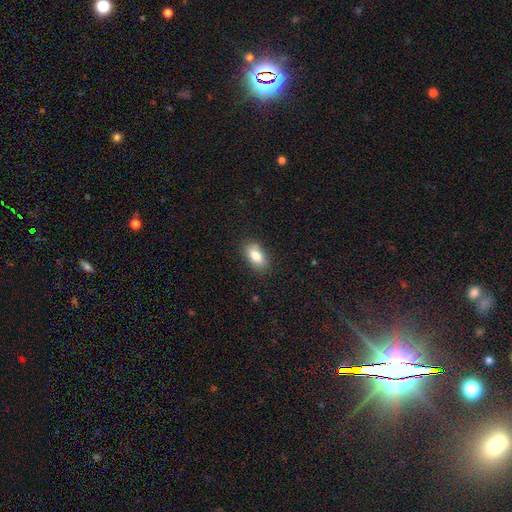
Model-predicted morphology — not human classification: type=smooth (83%); roundness=in between (89%); merging=none (82%).